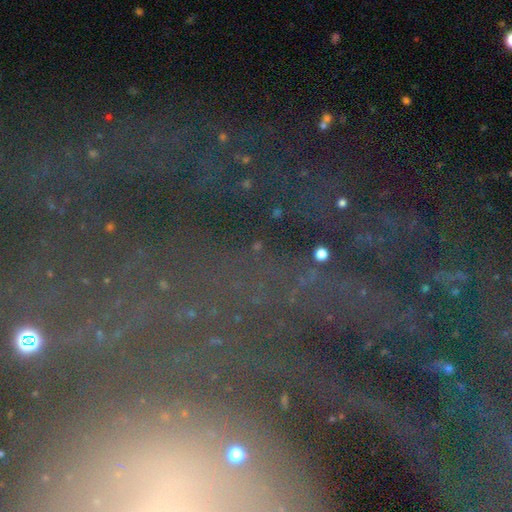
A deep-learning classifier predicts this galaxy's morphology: A star or artifact, not a galaxy (65%).